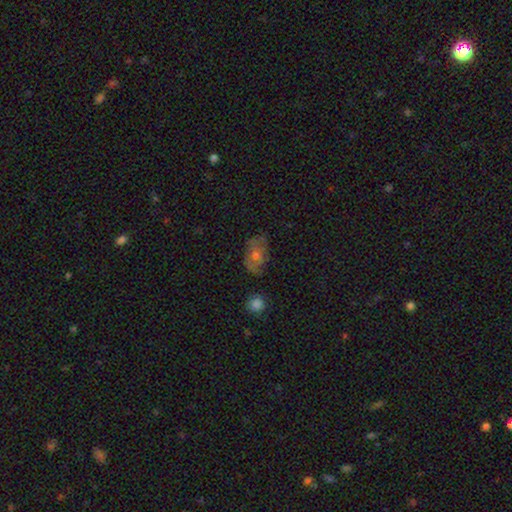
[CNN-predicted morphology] A smooth galaxy with no disk features (44%, tied with featured or disk).

Vote fractions:
- Smooth or featured? smooth: 44% (tied) / featured or disk: 44% (tied) / star or artifact: 11%
- Merging? none: 66% / minor disturbance: 24% / major disturbance: 8% / merger: 2%